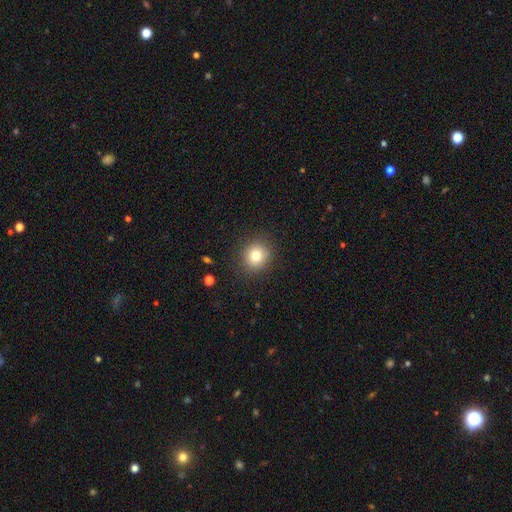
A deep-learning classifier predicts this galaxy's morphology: type=smooth (80%); roundness=round (84%); merging=none (88%).